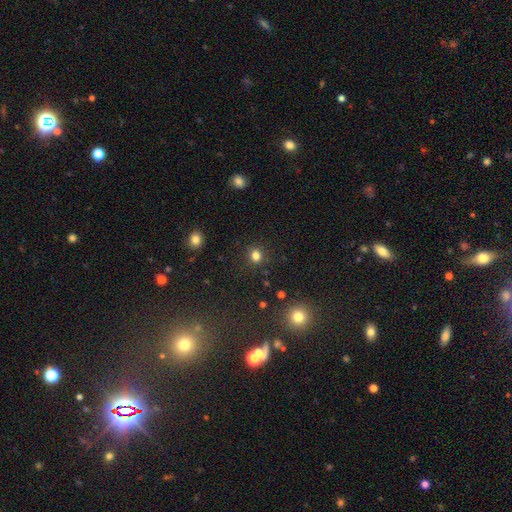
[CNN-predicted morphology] The model was most divided on "how rounded": round: 78%, in between: 21%, cigar-shaped: 1%. More confident: merging — none (87%); smooth or featured — smooth (81%).